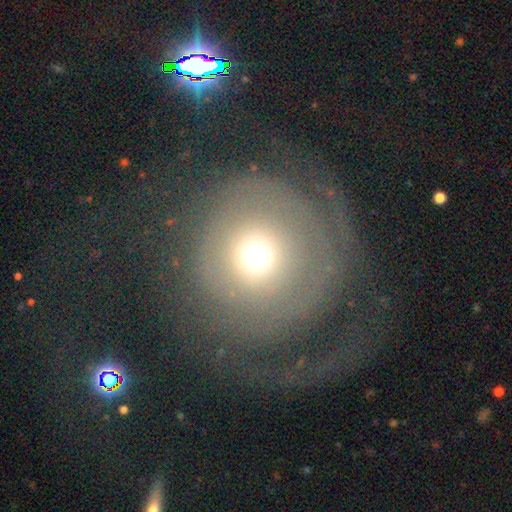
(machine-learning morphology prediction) The model was most divided on "merging": none: 45%, major disturbance: 40%, minor disturbance: 13%, merger: 2%. Remaining: smooth or featured — featured or disk (48%).